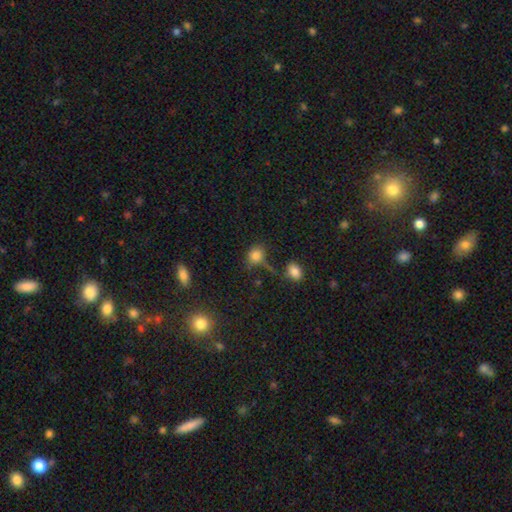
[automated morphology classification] A smooth galaxy with no disk features (81%) that is round (67%). Merging: none (61%).